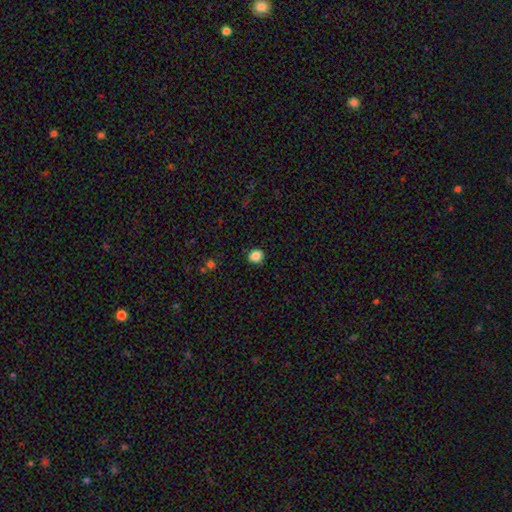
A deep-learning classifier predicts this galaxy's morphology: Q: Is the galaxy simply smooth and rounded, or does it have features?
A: smooth — 86%.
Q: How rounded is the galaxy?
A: round — 70%.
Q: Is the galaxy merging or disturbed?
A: none — 87%.